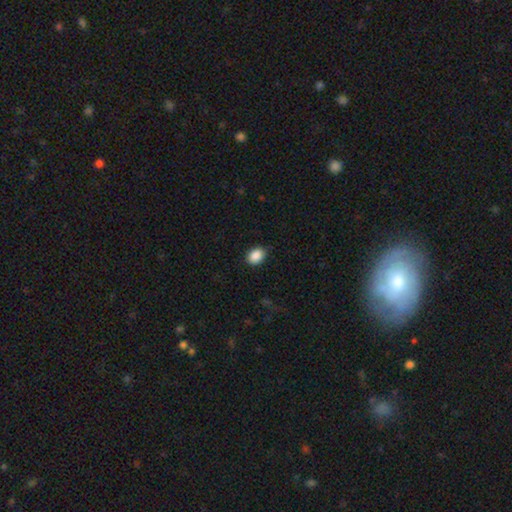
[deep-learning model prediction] The model was most divided on "how rounded": in between: 66%, round: 33%, cigar-shaped: 1%. More confident: smooth or featured — smooth (89%); merging — none (82%).